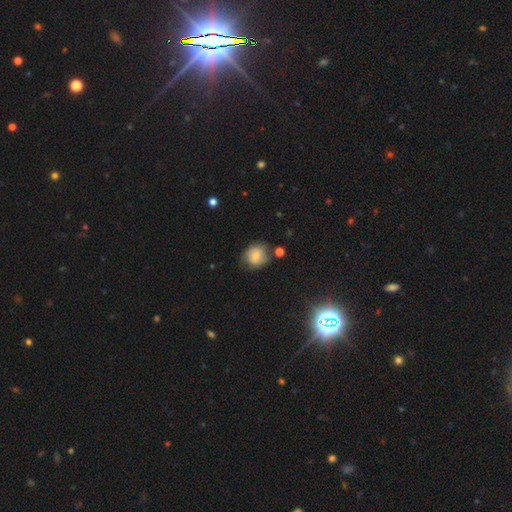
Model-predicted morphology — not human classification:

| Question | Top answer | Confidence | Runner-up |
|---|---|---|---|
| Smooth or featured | smooth | 64% | featured or disk (26%) |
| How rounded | round | 75% | in between (24%) |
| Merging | none | 67% | minor disturbance (22%) |